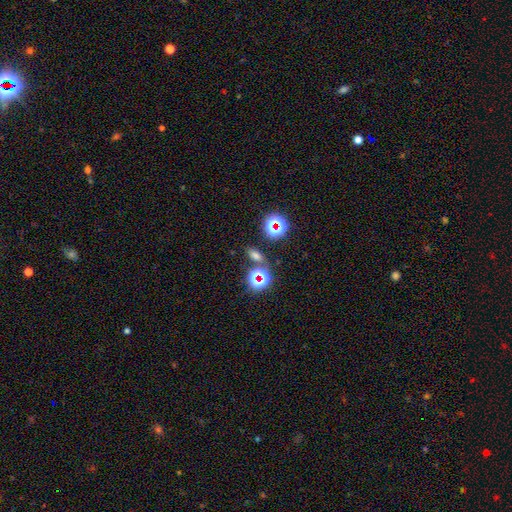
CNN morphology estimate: smooth_or_featured: smooth (p=0.55) [alt: star or artifact p=0.35]
how_rounded: in between (p=0.68) [alt: round p=0.24]
merging: none (p=0.74) [alt: merger p=0.12]